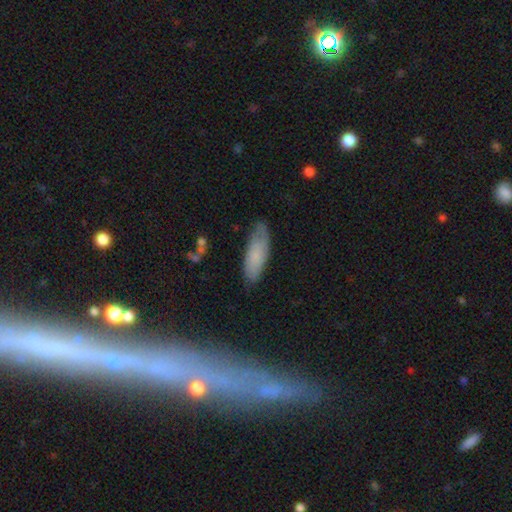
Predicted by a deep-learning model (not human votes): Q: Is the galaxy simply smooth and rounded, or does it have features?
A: smooth — 72%.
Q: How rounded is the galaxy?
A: in between — 59%.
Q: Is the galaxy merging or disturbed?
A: none — 71%.